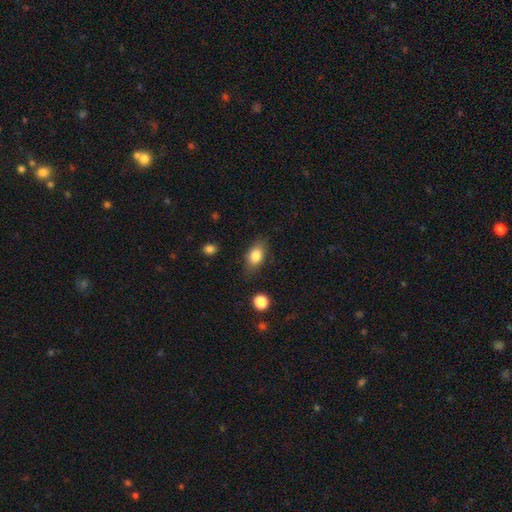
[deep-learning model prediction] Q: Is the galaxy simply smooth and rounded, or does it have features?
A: smooth — 83%.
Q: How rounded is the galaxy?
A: in between — 83%.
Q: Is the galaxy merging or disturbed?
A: none — 78%.